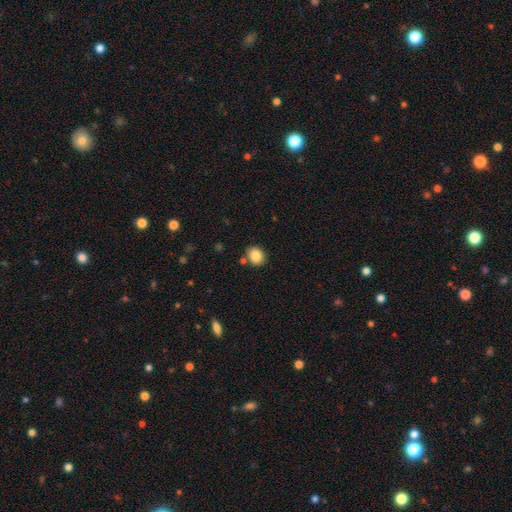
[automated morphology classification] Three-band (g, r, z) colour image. It shows a smooth galaxy with no disk features (86%) that is round (60%). Merging: none (79%).